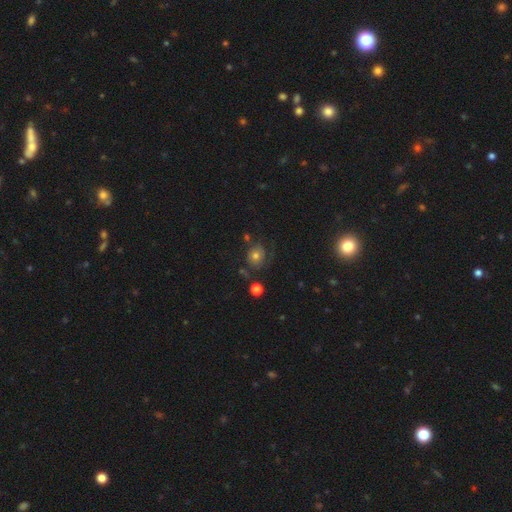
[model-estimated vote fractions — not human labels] Overall: smooth (57%; featured or disk 29%). How rounded: round (74%). Merging: none (57%; minor disturbance 21%).